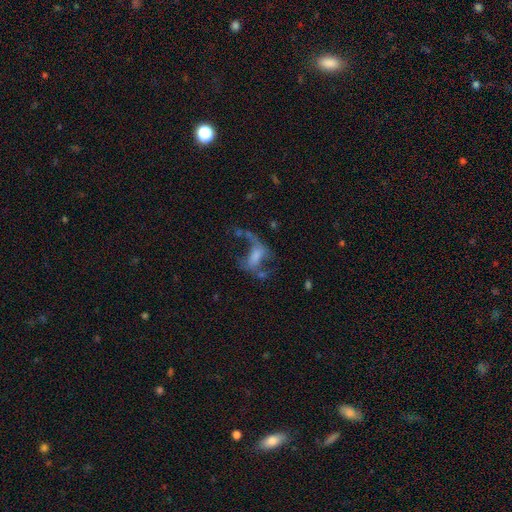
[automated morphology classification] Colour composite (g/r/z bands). It shows a featured or disk galaxy (63%) with no bar (47%), spiral arms (66%) and no central bulge (40%). Merging: major disturbance (47%).